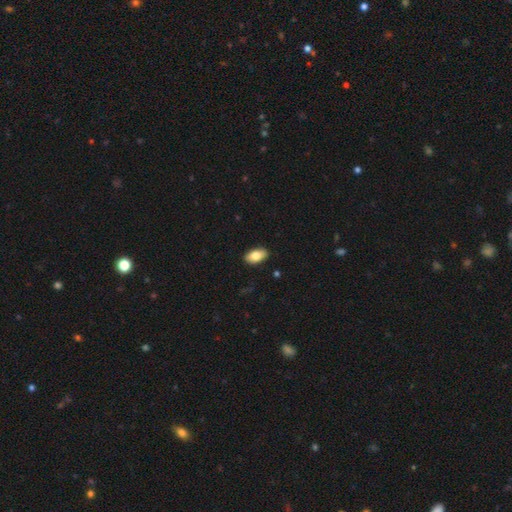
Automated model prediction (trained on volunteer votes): This is likely a smooth galaxy (80%). How rounded: clearly in between (93%). Merging: clearly none (89%).